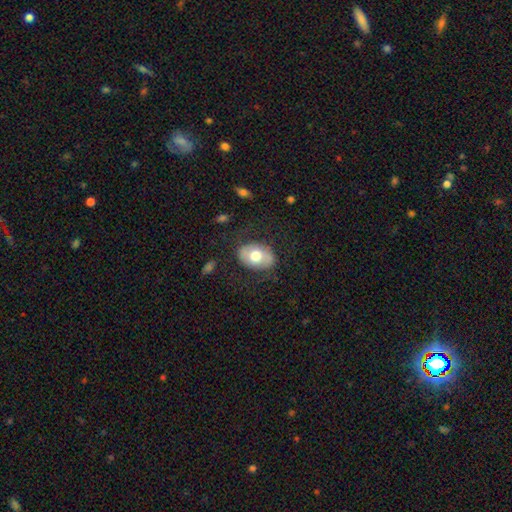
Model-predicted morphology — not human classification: Smooth or featured?
  - smooth: 62% *
  - featured or disk: 31%
  - star or artifact: 7%
How rounded?
  - in between: 81% *
  - round: 17%
  - cigar-shaped: 1%
Merging?
  - none: 76% *
  - minor disturbance: 15%
  - major disturbance: 8%
  - merger: 1%